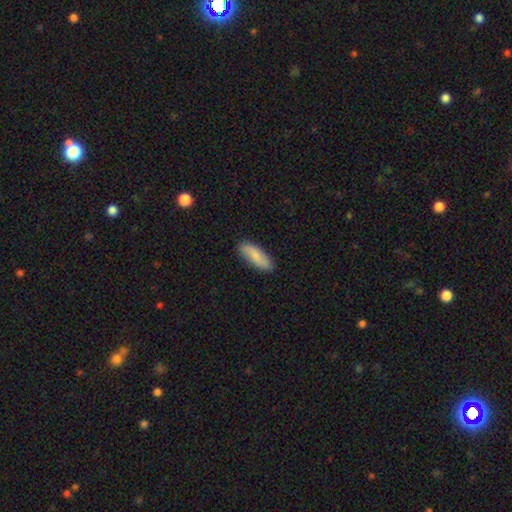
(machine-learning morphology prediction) smooth 79%, featured or disk 16%, star or artifact 5%. Down the decision tree: how rounded — in between (62%); merging — none (85%).